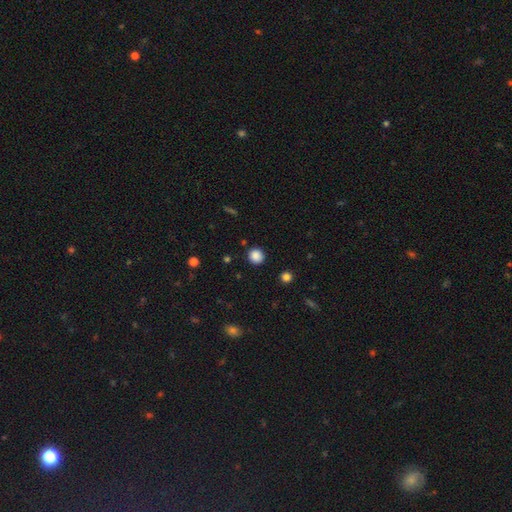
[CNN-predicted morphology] Smooth or featured?
  - smooth: 87% *
  - star or artifact: 10%
  - featured or disk: 3%
How rounded?
  - round: 91% *
  - in between: 8%
  - cigar-shaped: 1%
Merging?
  - none: 90% *
  - minor disturbance: 7%
  - major disturbance: 2%
  - merger: 1%